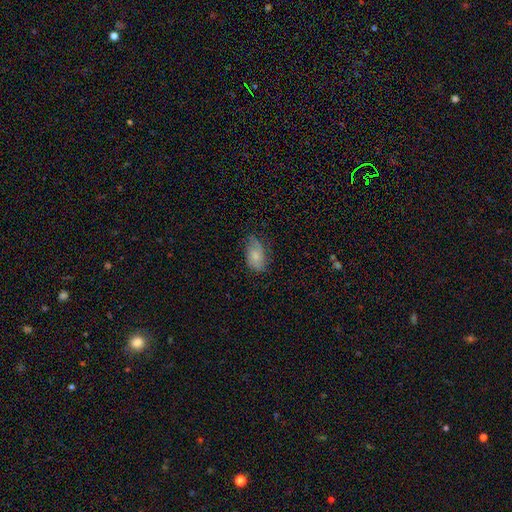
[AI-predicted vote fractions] Smooth or featured? smooth (68%)
How rounded? in between (91%)
Merging? none (61%)